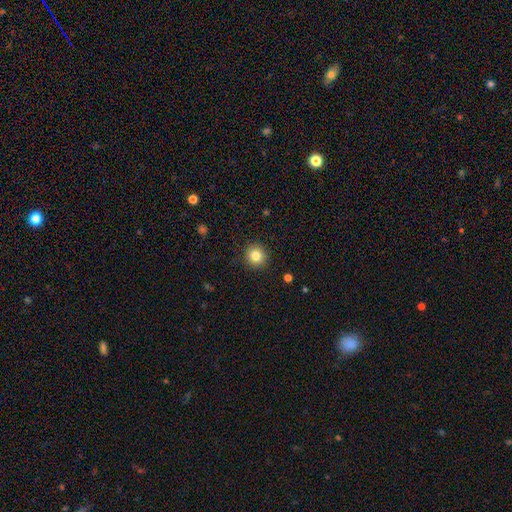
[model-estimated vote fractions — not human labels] Smooth or featured? Predicted: smooth (p=0.83). How rounded? Predicted: round (p=0.92). Merging? Predicted: none (p=0.92).